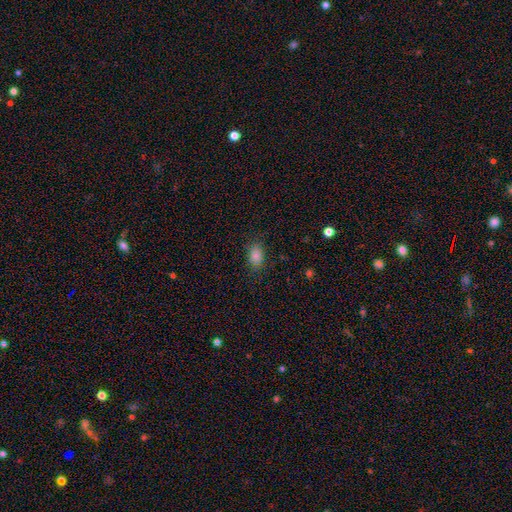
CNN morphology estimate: Q: Smooth or featured?
A: smooth (83%); runner-up: star or artifact (12%)
Q: How rounded?
A: in between (78%); runner-up: round (20%)
Q: Merging?
A: none (83%); runner-up: minor disturbance (12%)